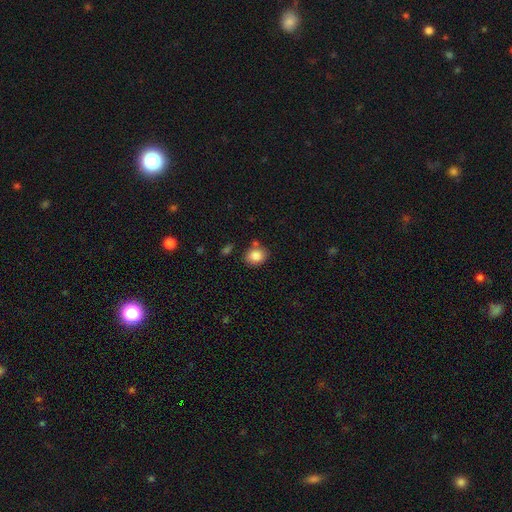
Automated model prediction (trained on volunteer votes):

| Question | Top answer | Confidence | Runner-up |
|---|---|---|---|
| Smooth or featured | smooth | 85% | star or artifact (9%) |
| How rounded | round | 55% | in between (44%) |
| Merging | none | 74% | minor disturbance (14%) |